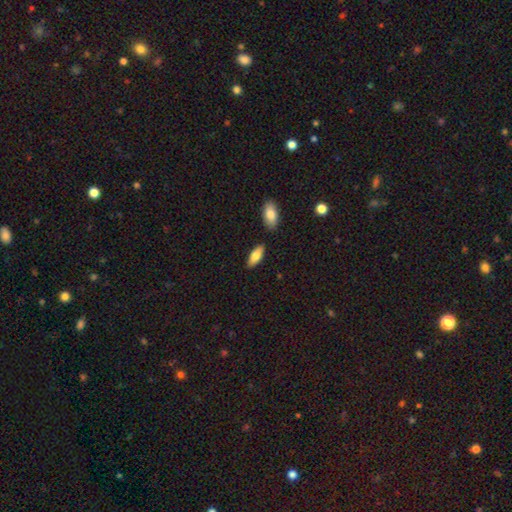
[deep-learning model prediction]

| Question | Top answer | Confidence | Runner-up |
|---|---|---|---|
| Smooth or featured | smooth | 80% | featured or disk (14%) |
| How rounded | in between | 82% | cigar-shaped (16%) |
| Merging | none | 83% | minor disturbance (10%) |